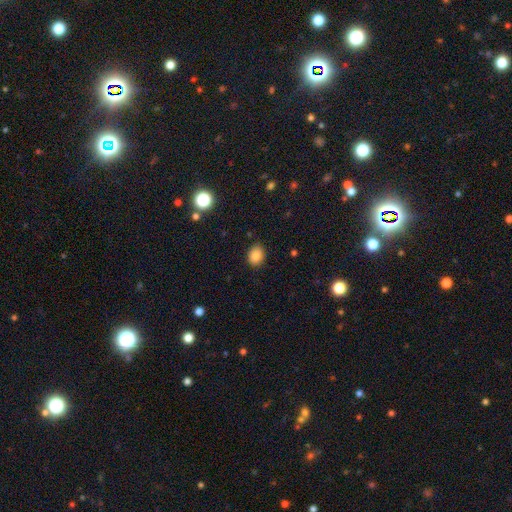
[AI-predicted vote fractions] A smooth galaxy with no disk features (84%) that is in between round and cigar-shaped (57%).

Vote fractions:
- Smooth or featured? smooth: 84% / star or artifact: 10% / featured or disk: 5%
- How rounded? in between: 57% / round: 42% / cigar-shaped: 1%
- Merging? none: 85% / minor disturbance: 11% / major disturbance: 2% / merger: 1%